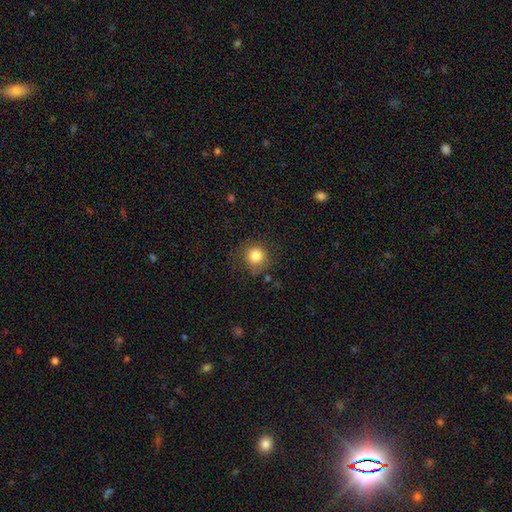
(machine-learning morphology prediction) A smooth galaxy with no disk features (83%) that is round (91%).

Vote fractions:
- Smooth or featured? smooth: 83% / star or artifact: 11% / featured or disk: 6%
- How rounded? round: 91% / in between: 8% / cigar-shaped: 1%
- Merging? none: 79% / minor disturbance: 14% / major disturbance: 5% / merger: 2%